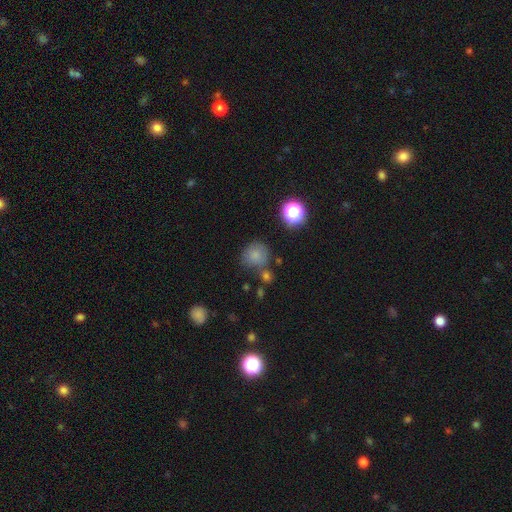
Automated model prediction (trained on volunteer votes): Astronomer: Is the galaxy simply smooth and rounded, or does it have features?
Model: smooth — 76%.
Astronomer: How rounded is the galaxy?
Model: round — 86%.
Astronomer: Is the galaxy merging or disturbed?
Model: none — 63%.